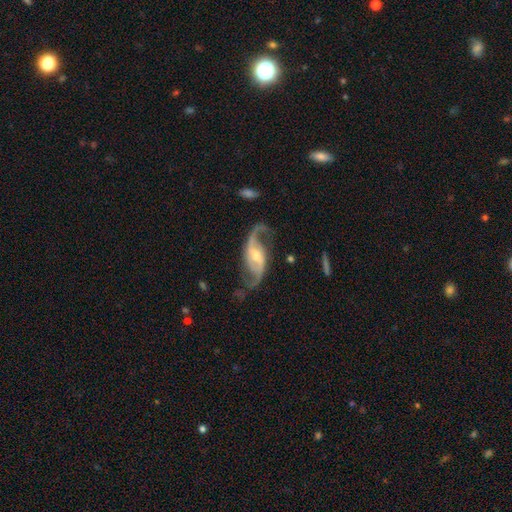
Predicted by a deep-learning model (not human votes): This is clearly a featured or disk galaxy (91%). It is clearly not viewed edge-on (96%). Bar: possibly weak (46%). Spiral arm pattern: clearly yes (97%). Spiral arm count: clearly 2 (93%). Spiral winding: likely loose (66%). Central bulge: possibly moderate (53%). Merging: likely none (72%).